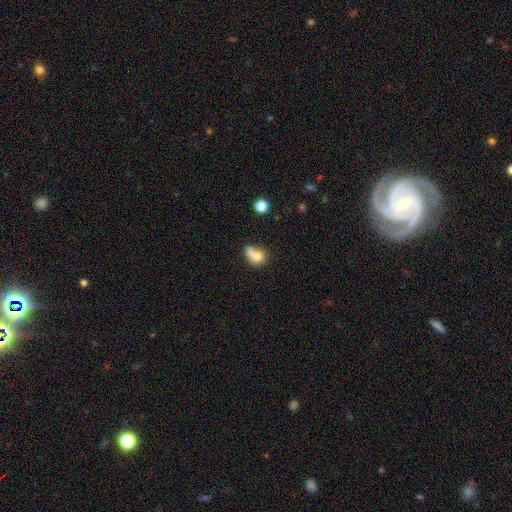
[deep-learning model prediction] smooth 72%, featured or disk 17%, star or artifact 11%. Down the decision tree: how rounded — in between (60%); merging — merger (33%).